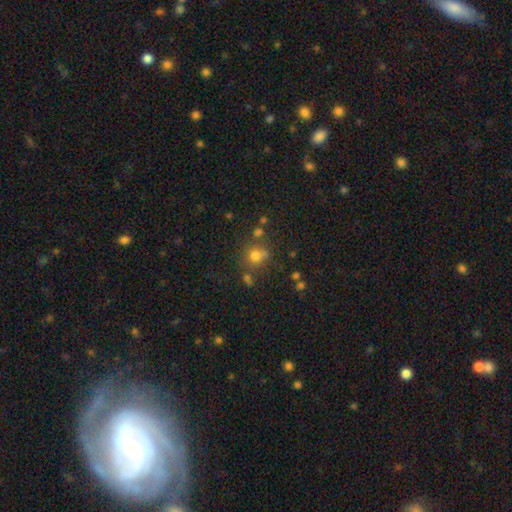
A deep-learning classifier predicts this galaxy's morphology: smooth 71%, star or artifact 19%, featured or disk 10%. Down the decision tree: how rounded — round (86%); merging — none (63%).